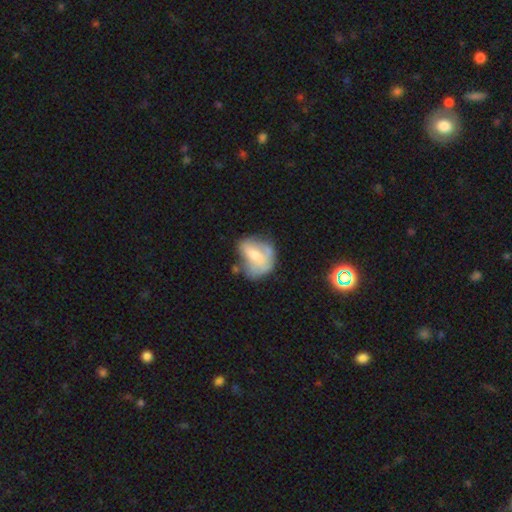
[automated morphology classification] A smooth galaxy with no disk features (52%) that is in between round and cigar-shaped (58%).

Vote fractions:
- Smooth or featured? smooth: 52% / featured or disk: 40% / star or artifact: 8%
- How rounded? in between: 58% / round: 40% / cigar-shaped: 2%
- Merging? none: 35% / minor disturbance: 30% / major disturbance: 24% / merger: 10%